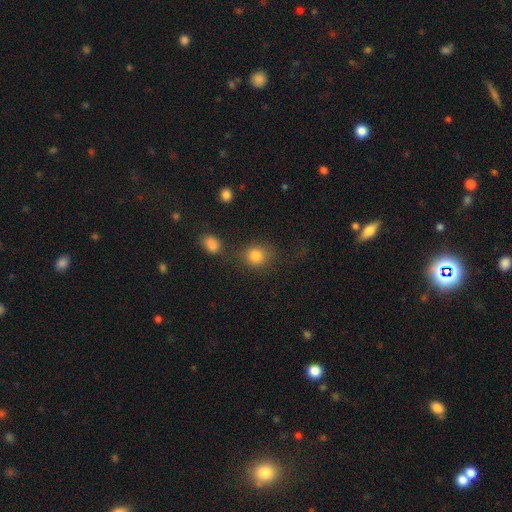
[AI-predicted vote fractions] Smooth or featured: smooth — 82% (star or artifact — 11%)
How rounded: round — 77% (in between — 22%)
Merging: none — 67% (minor disturbance — 13%)